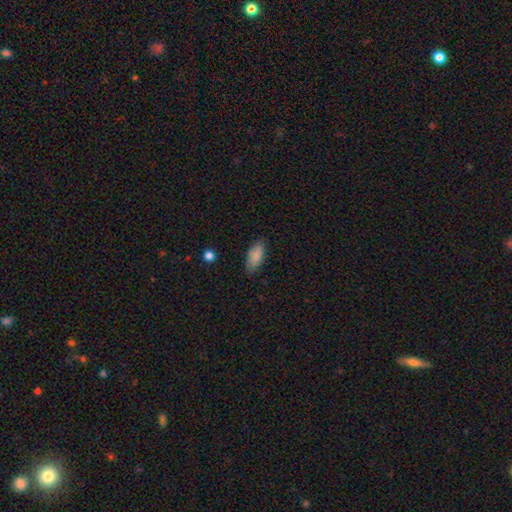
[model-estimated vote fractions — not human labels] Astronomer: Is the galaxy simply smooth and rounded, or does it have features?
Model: smooth — 86%.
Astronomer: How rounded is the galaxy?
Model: in between — 83%.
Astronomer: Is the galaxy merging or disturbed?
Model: none — 81%.